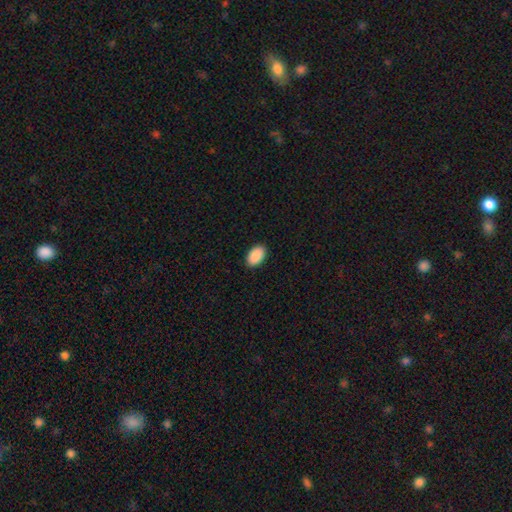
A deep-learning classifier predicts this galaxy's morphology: smooth-or-featured: smooth: 91% | star or artifact: 7% | featured or disk: 3%
  how-rounded: in between: 92% | round: 7% | cigar-shaped: 1%
  merging: none: 90% | minor disturbance: 7% | major disturbance: 2% | merger: 1%